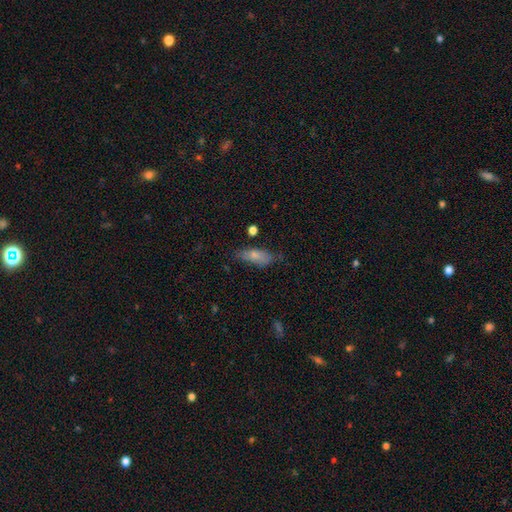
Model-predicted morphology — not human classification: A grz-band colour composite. It shows a smooth galaxy with no disk features (76%) that is in between round and cigar-shaped (73%). Merging: none (60%).